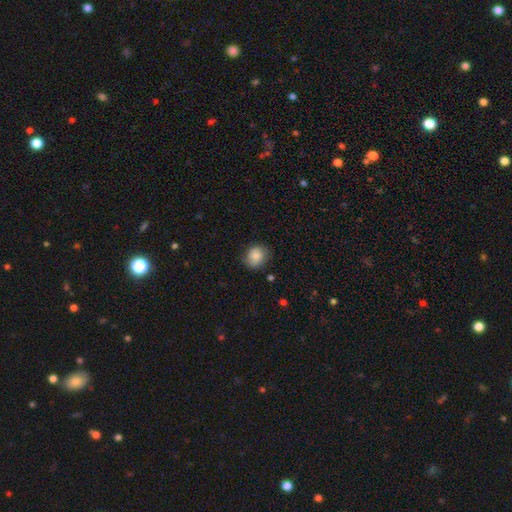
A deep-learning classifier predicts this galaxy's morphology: Smooth or featured? Predicted: smooth (p=0.82). How rounded? Predicted: round (p=0.63). Merging? Predicted: none (p=0.73).